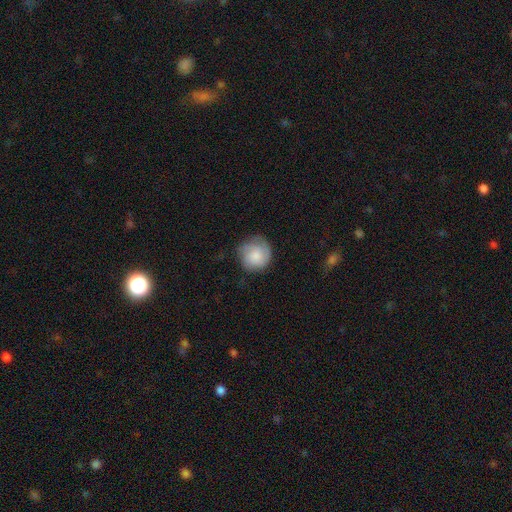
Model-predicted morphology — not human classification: Smooth or featured? Predicted: smooth (p=0.69). How rounded? Predicted: round (p=0.91). Merging? Predicted: none (p=0.68).